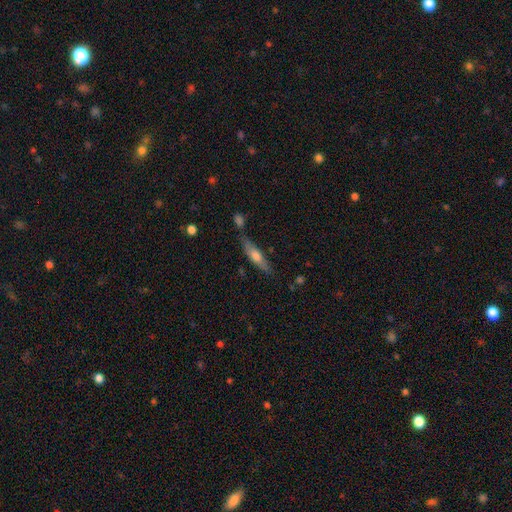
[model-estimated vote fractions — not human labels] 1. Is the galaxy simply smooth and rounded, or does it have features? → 48% featured or disk, 45% smooth, 7% star or artifact.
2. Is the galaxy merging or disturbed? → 70% none, 16% minor disturbance, 10% merger, 4% major disturbance.